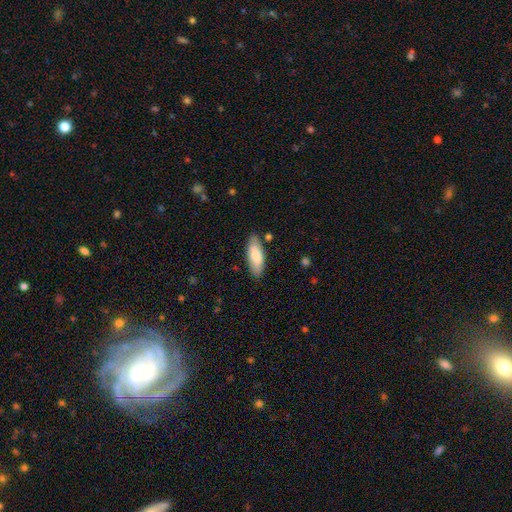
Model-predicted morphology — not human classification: type=smooth (77%); roundness=in between (73%); merging=none (82%).